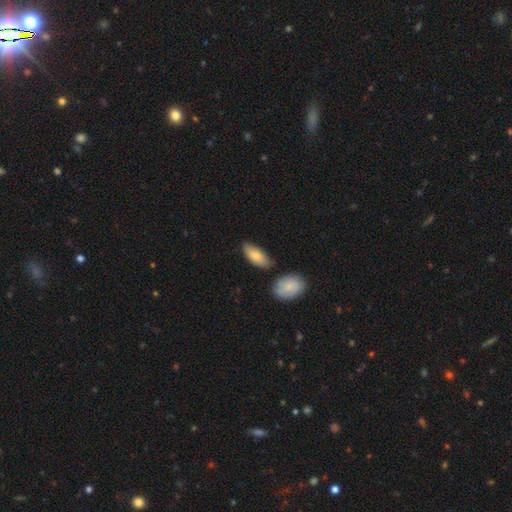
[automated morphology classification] This appears to be a smooth galaxy with no disk features (79%) that is in between round and cigar-shaped (87%). Merging: none (69%).